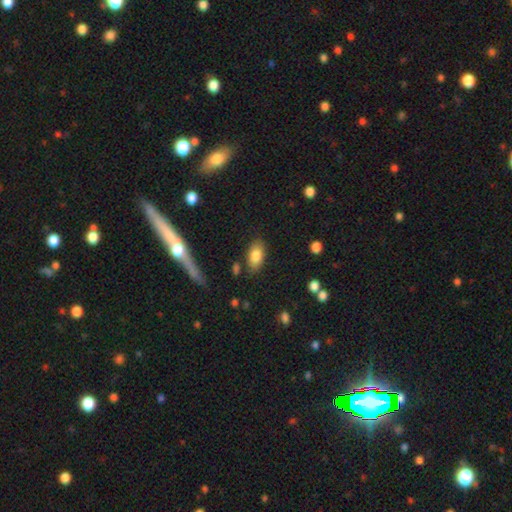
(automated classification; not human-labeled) A smooth galaxy with no disk features (82%) that is in between round and cigar-shaped (91%). Merging: none (82%).